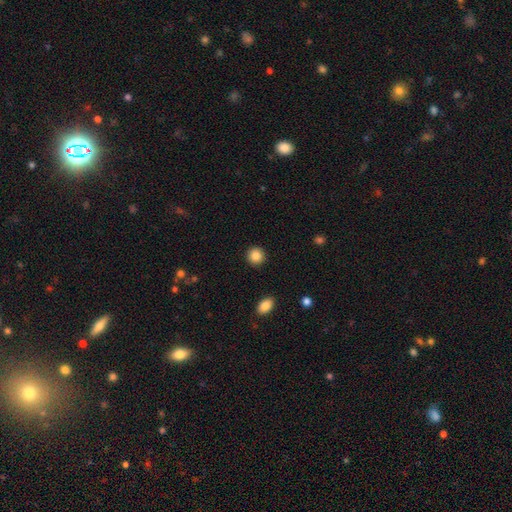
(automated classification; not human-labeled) Smooth or featured?
  - smooth: 86% *
  - star or artifact: 9%
  - featured or disk: 5%
How rounded?
  - round: 93% *
  - in between: 6%
  - cigar-shaped: 1%
Merging?
  - none: 92% *
  - minor disturbance: 5%
  - major disturbance: 2%
  - merger: 1%